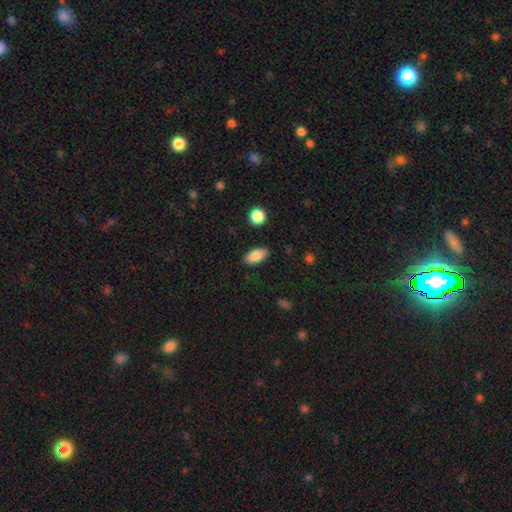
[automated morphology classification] smooth_or_featured: smooth (p=0.85) [alt: featured or disk p=0.08]
how_rounded: in between (p=0.89) [alt: cigar-shaped p=0.08]
merging: none (p=0.86) [alt: minor disturbance p=0.10]